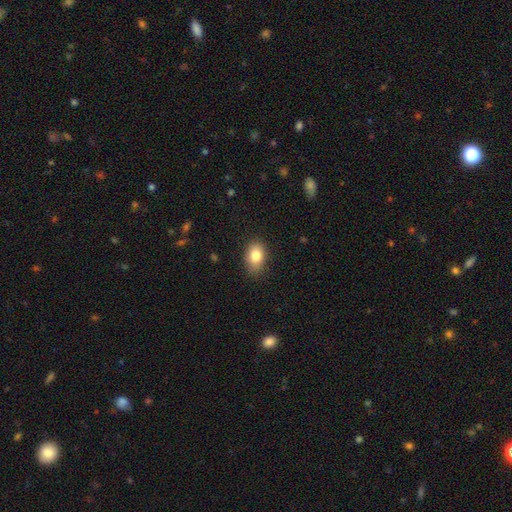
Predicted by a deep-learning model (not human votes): smooth 83%, star or artifact 9%, featured or disk 9%. Down the decision tree: how rounded — in between (82%); merging — none (82%).